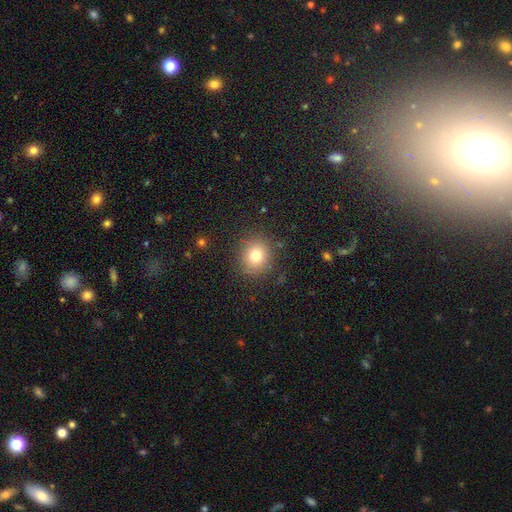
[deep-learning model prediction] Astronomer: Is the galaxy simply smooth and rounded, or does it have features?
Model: smooth — 77%.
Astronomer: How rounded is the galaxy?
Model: round — 85%.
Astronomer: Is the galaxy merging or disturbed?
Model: none — 86%.